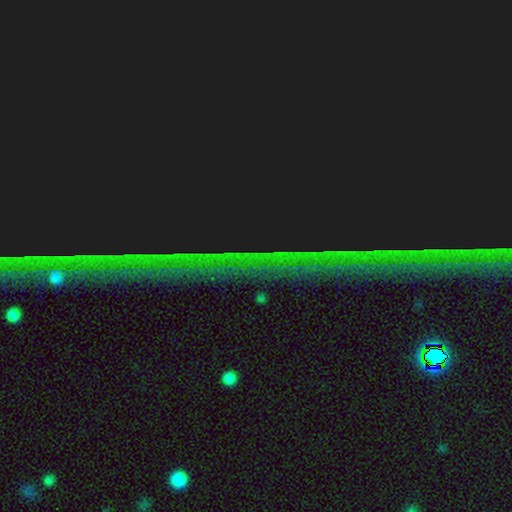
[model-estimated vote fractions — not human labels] A star or artifact, not a galaxy (86%).

Vote fractions:
- Smooth or featured? star or artifact: 86% / featured or disk: 7% / smooth: 6%